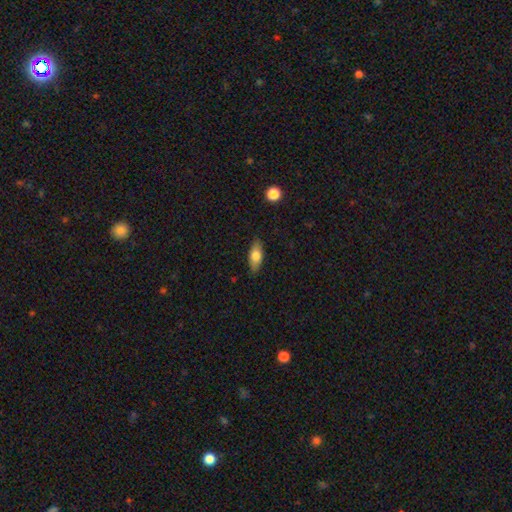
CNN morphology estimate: smooth 71%, featured or disk 22%, star or artifact 7%. Down the decision tree: how rounded — in between (78%); merging — none (84%).